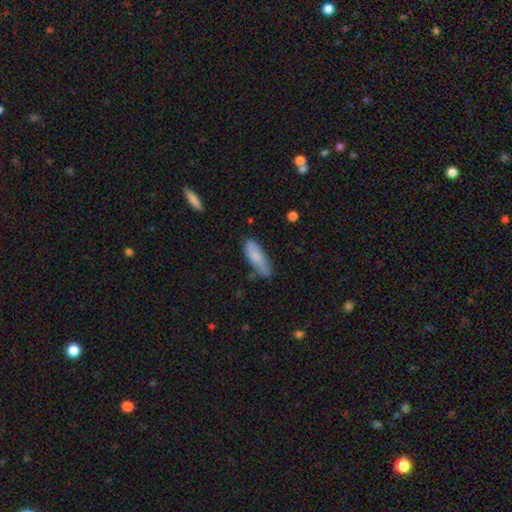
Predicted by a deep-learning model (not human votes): smooth-or-featured: smooth: 79% | featured or disk: 15% | star or artifact: 6%
  how-rounded: in between: 50% | cigar-shaped: 48% | round: 2%
  merging: none: 59% | minor disturbance: 30% | major disturbance: 6% | merger: 4%